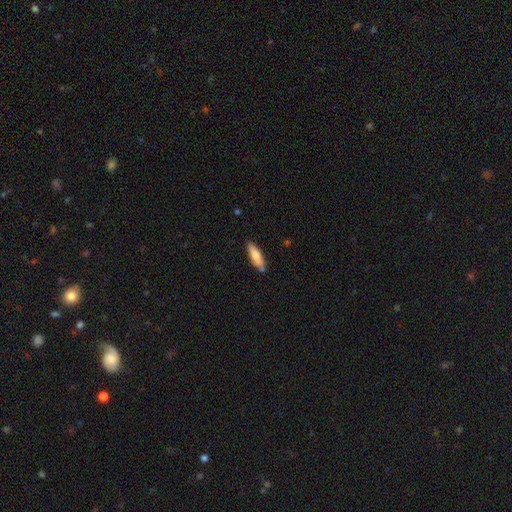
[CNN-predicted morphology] Q: Smooth or featured?
A: smooth (72%); runner-up: featured or disk (22%)
Q: How rounded?
A: cigar-shaped (51%); runner-up: in between (48%)
Q: Merging?
A: none (72%); runner-up: minor disturbance (19%)